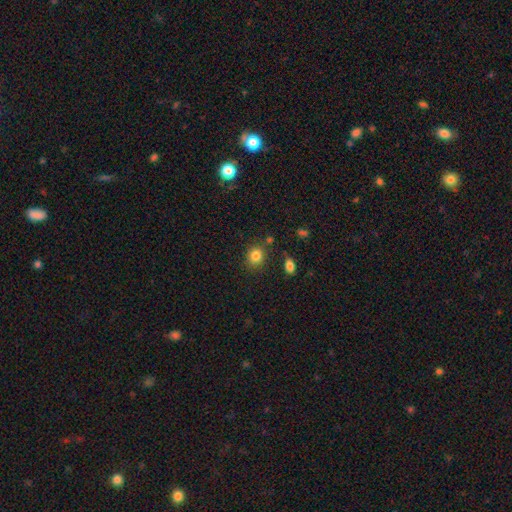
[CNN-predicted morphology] This appears to be a smooth galaxy with no disk features (83%) that is round (72%). Merging: none (80%).